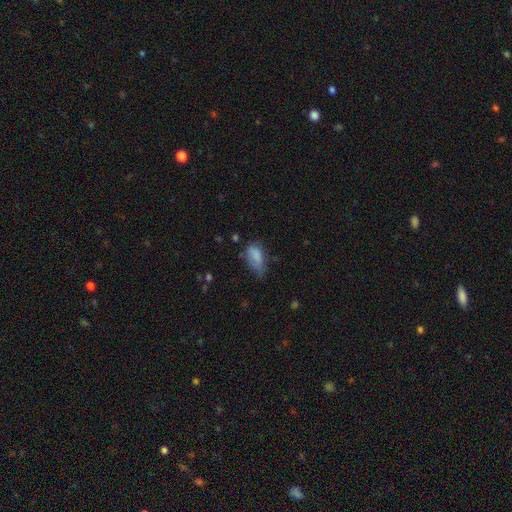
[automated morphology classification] A smooth galaxy with no disk features (80%) that is in between round and cigar-shaped (89%).

Vote fractions:
- Smooth or featured? smooth: 80% / featured or disk: 11% / star or artifact: 9%
- How rounded? in between: 89% / cigar-shaped: 7% / round: 4%
- Merging? none: 41% / minor disturbance: 40% / major disturbance: 17% / merger: 3%